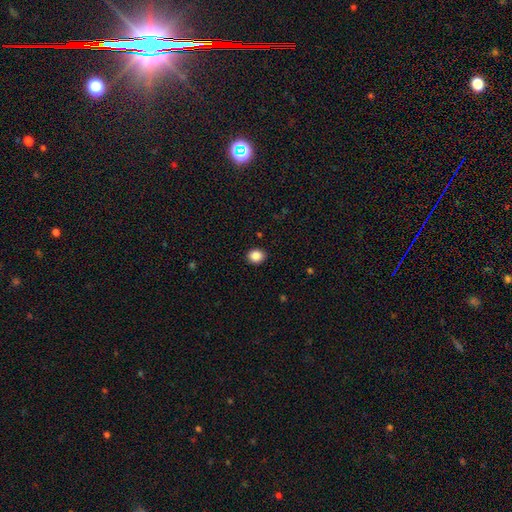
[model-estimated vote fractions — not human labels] Smooth or featured? Predicted: smooth (p=0.87). How rounded? Predicted: round (p=0.66). Merging? Predicted: none (p=0.91).